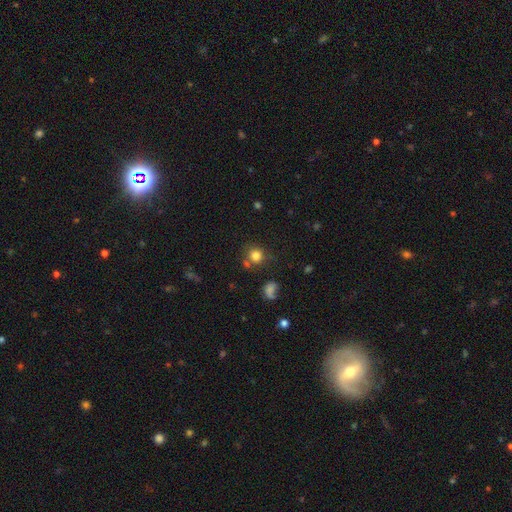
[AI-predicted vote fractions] Morphology: type=smooth (80%); roundness=round (88%); merging=none (70%).